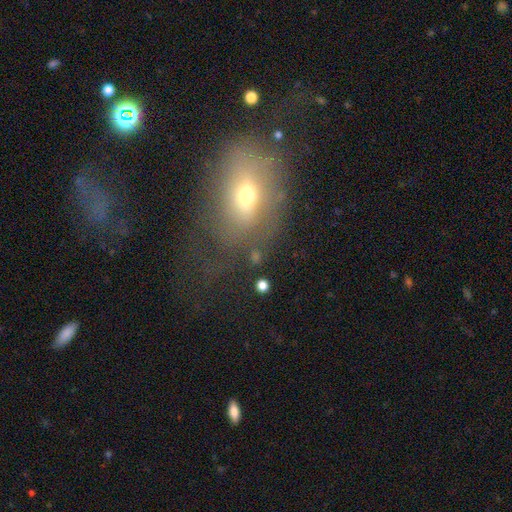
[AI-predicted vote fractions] Smooth or featured? smooth (53%)
How rounded? in between (61%)
Merging? none (51%)